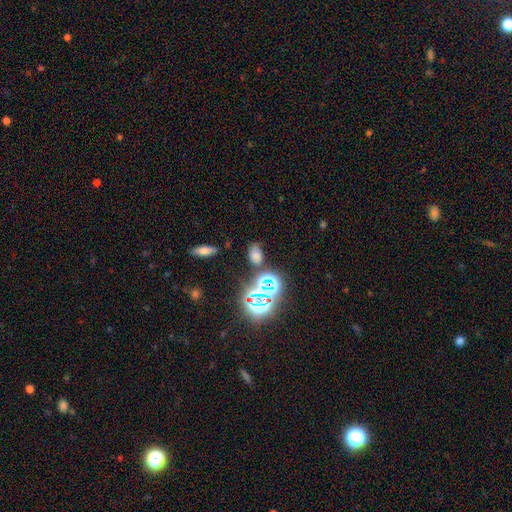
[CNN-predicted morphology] Smooth or featured?
  - smooth: 59% *
  - star or artifact: 31%
  - featured or disk: 10%
How rounded?
  - in between: 82% *
  - round: 16%
  - cigar-shaped: 2%
Merging?
  - none: 65% *
  - minor disturbance: 19%
  - major disturbance: 8%
  - merger: 8%